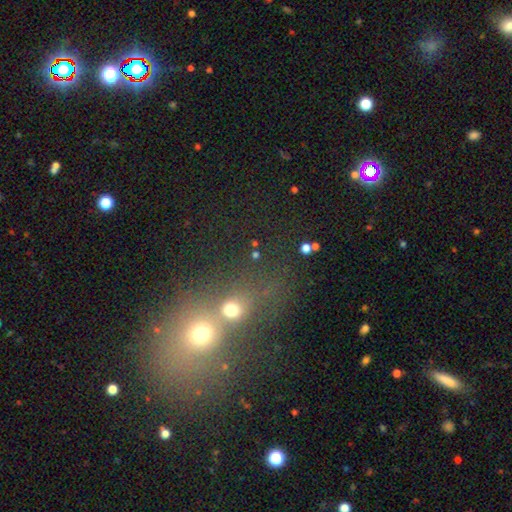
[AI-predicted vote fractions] Q: Smooth or featured?
A: smooth (53%); runner-up: star or artifact (34%)
Q: How rounded?
A: round (74%); runner-up: in between (23%)
Q: Merging?
A: merger (45%); runner-up: none (41%)